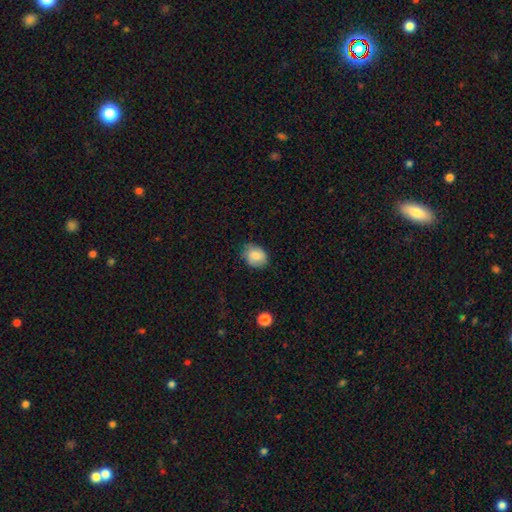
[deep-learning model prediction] smooth-or-featured: smooth: 78% | featured or disk: 14% | star or artifact: 8%
  how-rounded: round: 52% | in between: 47% | cigar-shaped: 1%
  merging: none: 70% | minor disturbance: 25% | major disturbance: 5% | merger: 1%